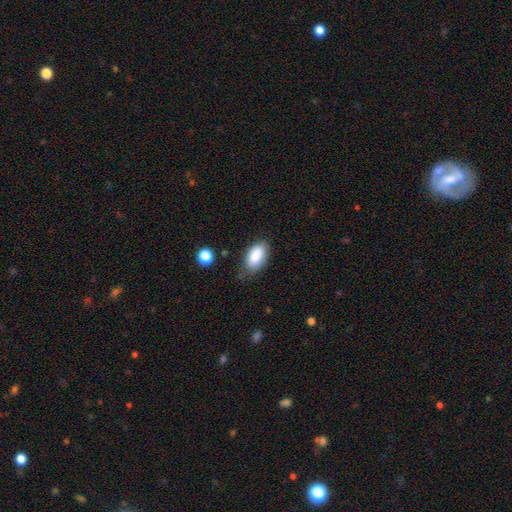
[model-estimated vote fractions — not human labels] Smooth or featured? smooth (86%)
How rounded? in between (94%)
Merging? none (67%)